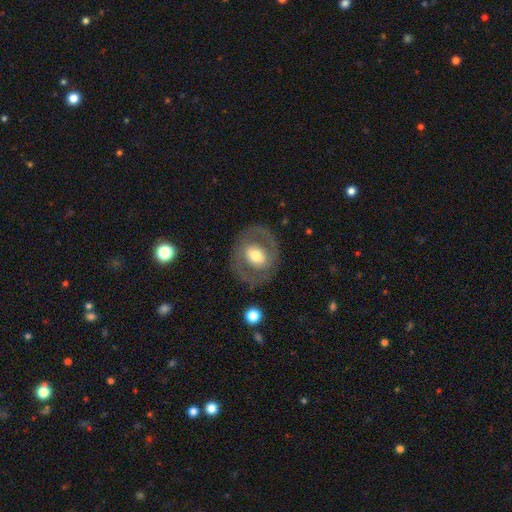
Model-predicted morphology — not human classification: The model was most divided on "smooth or featured": featured or disk: 57%, smooth: 37%, star or artifact: 6%. More confident: edge-on disk — no (95%); merging — none (79%); bulge size — moderate (62%); spiral arms — no (61%); bar — no (55%).